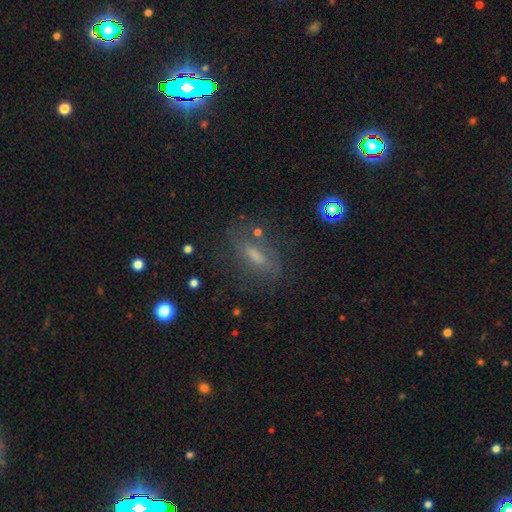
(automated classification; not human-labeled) This is possibly a smooth galaxy (47%). Merging: likely none (70%).